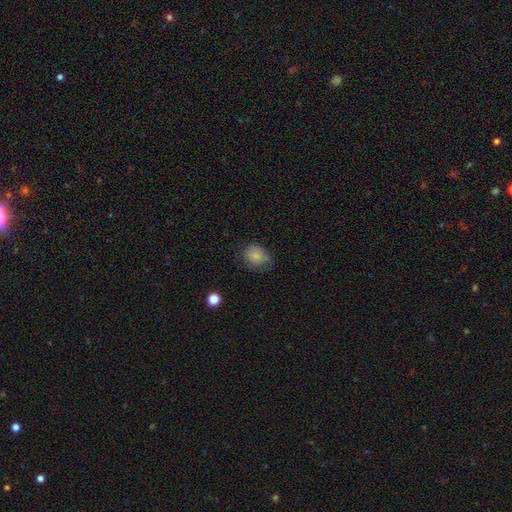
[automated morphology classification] A smooth galaxy with no disk features (82%) that is round (51%). Merging: none (59%).